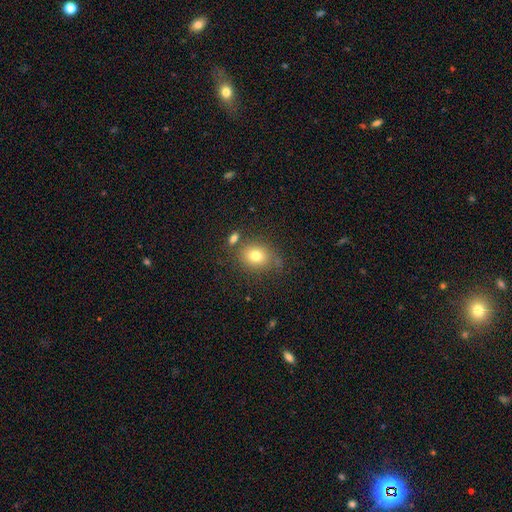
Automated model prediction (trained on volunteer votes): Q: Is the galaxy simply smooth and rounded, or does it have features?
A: smooth — 76%.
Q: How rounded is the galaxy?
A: round — 57%.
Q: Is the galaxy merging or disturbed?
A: none — 68%.